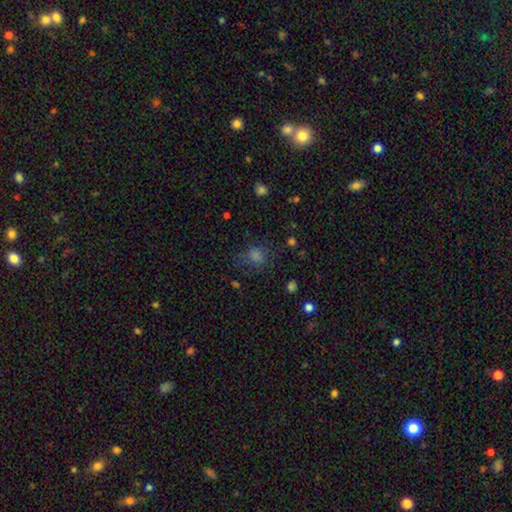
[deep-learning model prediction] Overall: smooth (63%; star or artifact 28%). How rounded: round (72%). Merging: none (67%).